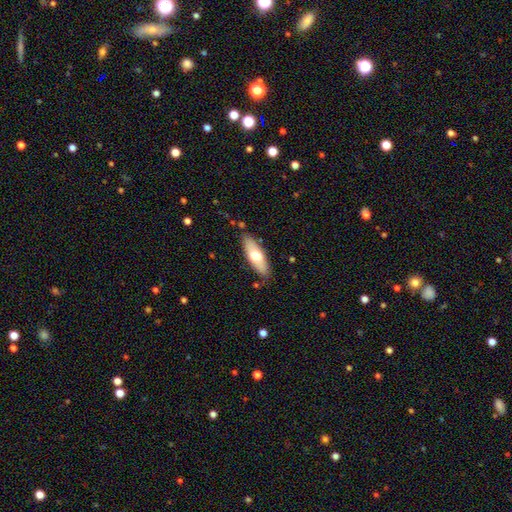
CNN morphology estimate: Smooth or featured? smooth (63%)
How rounded? in between (62%)
Merging? none (84%)